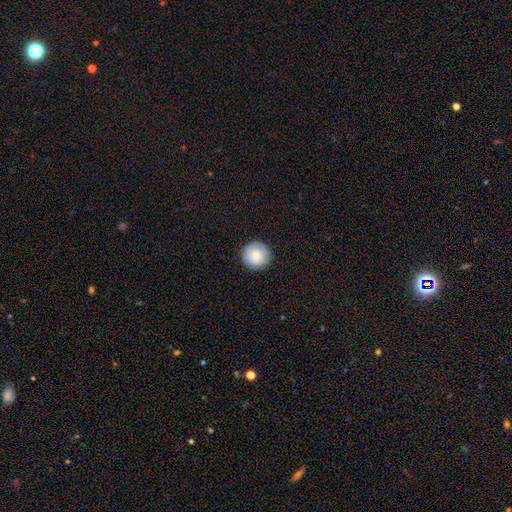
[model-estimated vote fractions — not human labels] Smooth or featured? Predicted: smooth (p=0.74). How rounded? Predicted: round (p=0.95). Merging? Predicted: none (p=0.88).